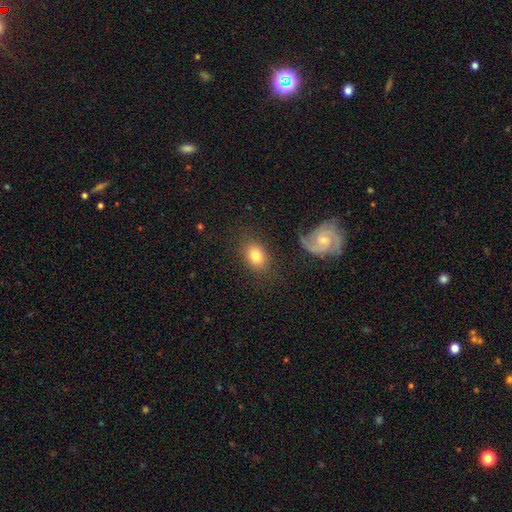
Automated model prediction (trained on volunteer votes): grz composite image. It shows a smooth galaxy with no disk features (77%) that is in between round and cigar-shaped (68%). Merging: none (79%).